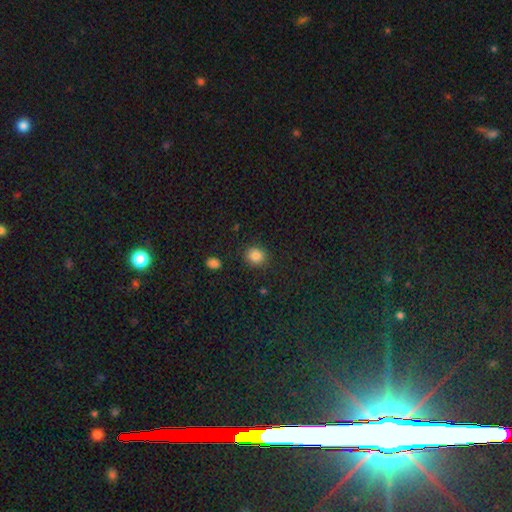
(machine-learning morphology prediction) smooth_or_featured: smooth (p=0.84) [alt: star or artifact p=0.11]
how_rounded: round (p=0.80) [alt: in between p=0.19]
merging: none (p=0.88) [alt: minor disturbance p=0.08]